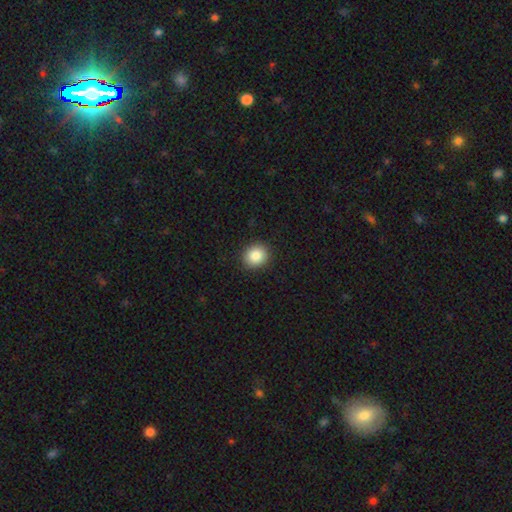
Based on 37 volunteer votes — Smooth or featured? smooth (100%)
How rounded? round (78%)
Merging? none (86%)